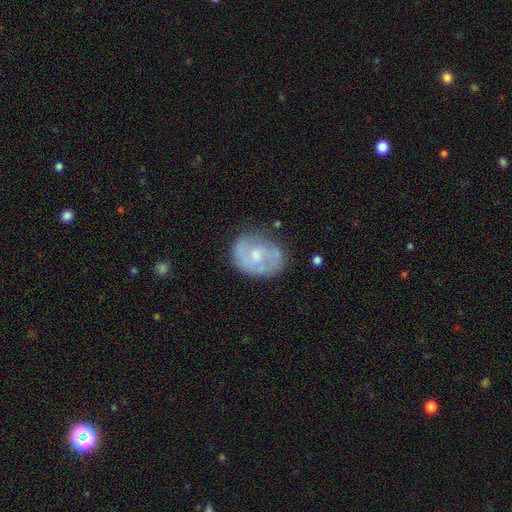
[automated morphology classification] smooth-or-featured: featured or disk: 60% | smooth: 33% | star or artifact: 7%
  disk-edge-on: no: 97% | yes: 3%
    bar: no: 70% | weak: 26% | strong: 4%
    has-spiral-arms: yes: 62% | no: 38%
    bulge-size: moderate: 53% | small: 40% | none: 4% | large: 3% | dominant: 1%
  merging: none: 67% | minor disturbance: 23% | major disturbance: 8% | merger: 2%